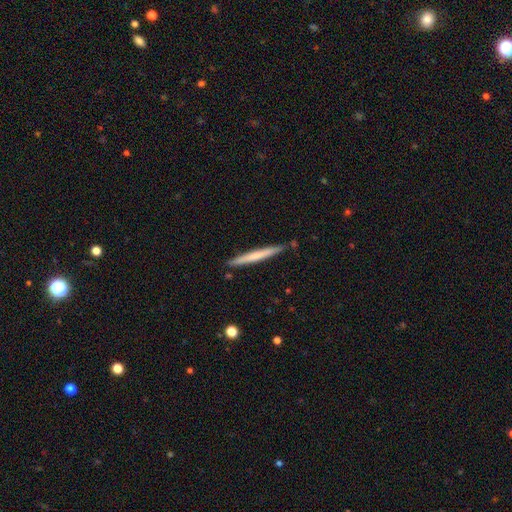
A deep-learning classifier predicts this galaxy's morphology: Smooth or featured?
  - smooth: 59% *
  - featured or disk: 36%
  - star or artifact: 5%
How rounded?
  - cigar-shaped: 97% *
  - in between: 2%
  - round: 1%
Merging?
  - none: 88% *
  - minor disturbance: 9%
  - merger: 2%
  - major disturbance: 1%